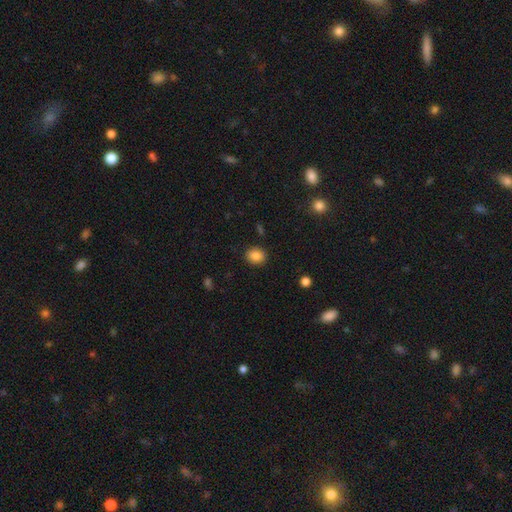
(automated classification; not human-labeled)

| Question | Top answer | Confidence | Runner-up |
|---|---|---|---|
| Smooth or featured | smooth | 86% | star or artifact (9%) |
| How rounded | round | 63% | in between (36%) |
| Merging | none | 89% | minor disturbance (8%) |